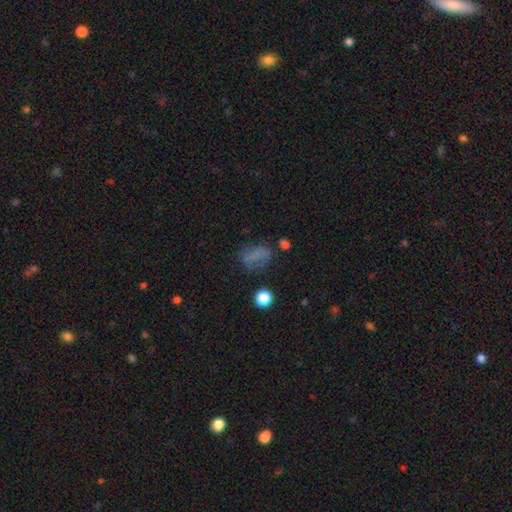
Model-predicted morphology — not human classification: A smooth galaxy with no disk features (57%) that is in between round and cigar-shaped (71%). Merging: none (55%).